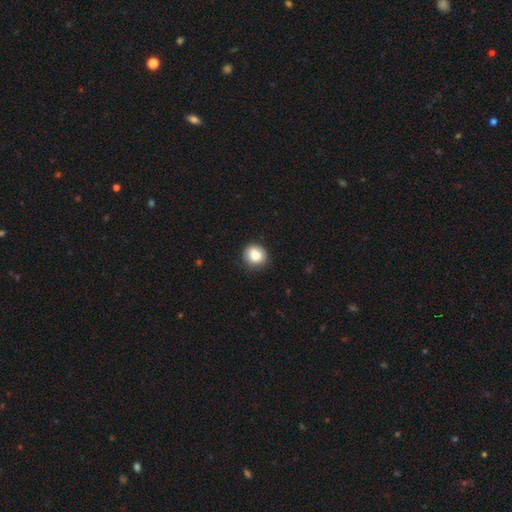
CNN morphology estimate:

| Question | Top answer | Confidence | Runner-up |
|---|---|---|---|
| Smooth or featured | smooth | 83% | star or artifact (9%) |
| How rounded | round | 84% | in between (15%) |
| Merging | none | 84% | minor disturbance (13%) |